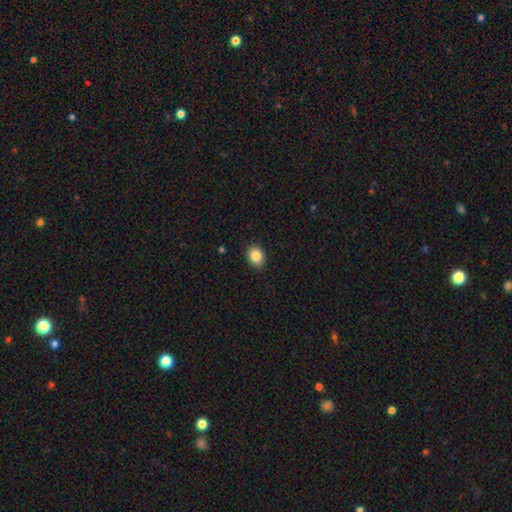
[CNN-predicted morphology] Overall: smooth (85%). How rounded: in between (54%; round 46%). Merging: none (90%).